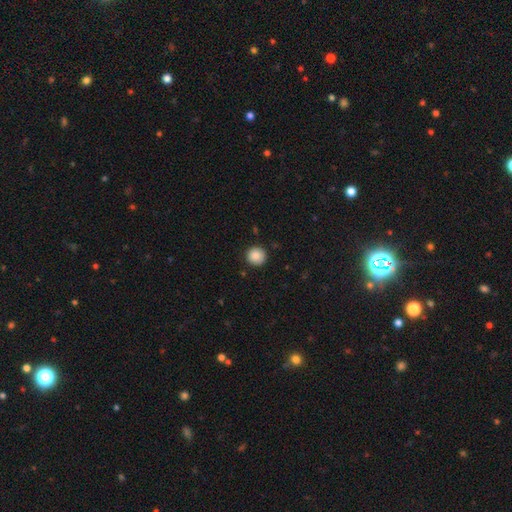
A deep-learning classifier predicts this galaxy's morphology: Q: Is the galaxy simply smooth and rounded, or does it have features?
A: smooth — 88%.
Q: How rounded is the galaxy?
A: round — 95%.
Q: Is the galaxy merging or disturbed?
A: none — 91%.